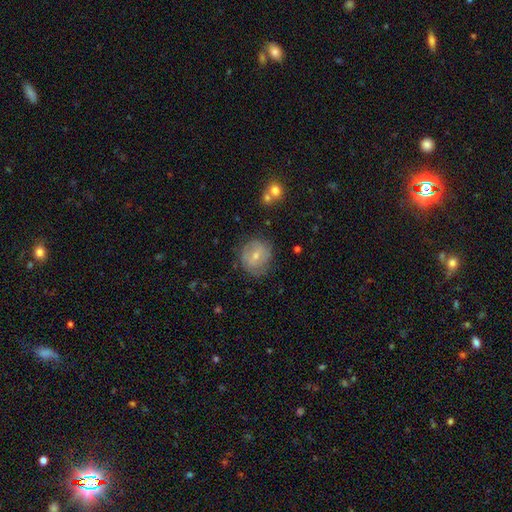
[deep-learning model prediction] smooth_or_featured: smooth (p=0.50) [alt: featured or disk p=0.42]
merging: none (p=0.73) [alt: minor disturbance p=0.19]